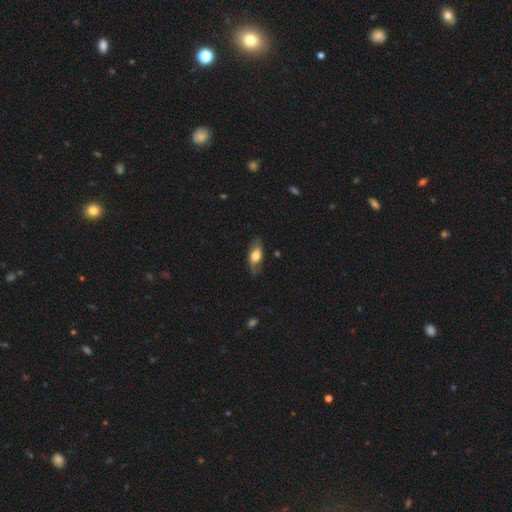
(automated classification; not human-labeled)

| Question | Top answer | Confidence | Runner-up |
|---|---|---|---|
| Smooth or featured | smooth | 63% | featured or disk (30%) |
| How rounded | in between | 85% | cigar-shaped (9%) |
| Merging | none | 74% | minor disturbance (19%) |